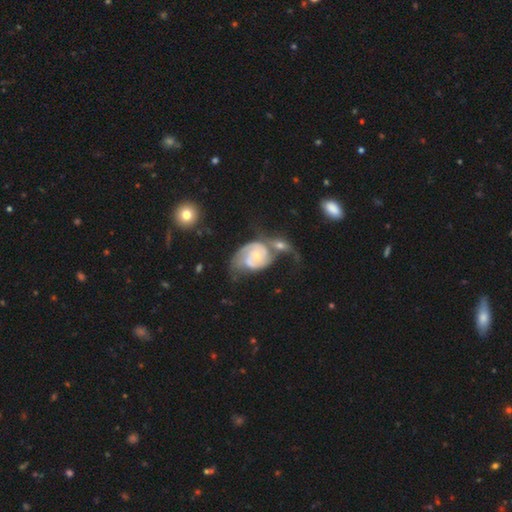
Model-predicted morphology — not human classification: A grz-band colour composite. It shows a featured or disk galaxy (83%) with no bar (73%), 2 (67%) tight (45%) spiral arms (94%) and a small central bulge (56%). Merging: merger (45%).